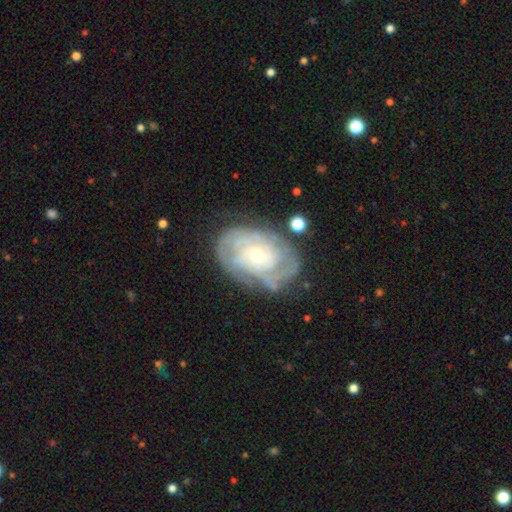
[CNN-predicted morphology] Smooth or featured: featured or disk — 81% (smooth — 13%)
Edge-on disk: no — 96% (yes — 4%)
Bar: no — 75% (weak — 20%)
Spiral arms: yes — 91% (no — 9%)
Spiral winding: tight — 72% (medium — 23%)
Spiral arm count: can't tell — 42% (2 — 18%)
Bulge size: small — 63% (moderate — 33%)
Merging: none — 72% (minor disturbance — 19%)